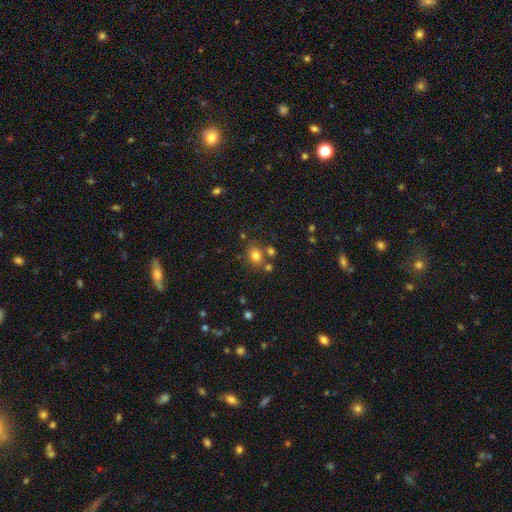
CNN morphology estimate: type=smooth (77%); roundness=round (62%); merging=none (71%).